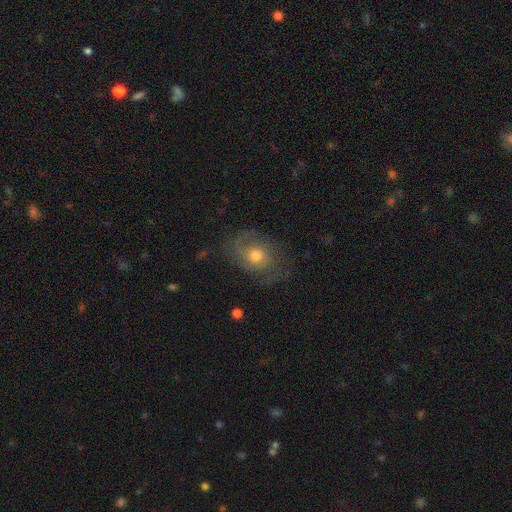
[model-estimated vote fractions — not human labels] This is likely a featured or disk galaxy (65%). It is clearly not viewed edge-on (96%). Bar: likely no (79%). Spiral arm pattern: clearly yes (85%). Spiral arm count: marginally 2 (42%). Spiral winding: marginally tight (45%). Central bulge: likely moderate (68%). Merging: likely none (66%).